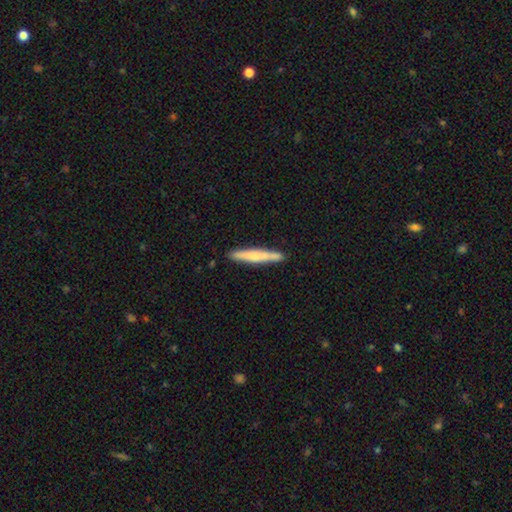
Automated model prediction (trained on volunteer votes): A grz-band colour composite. It shows a smooth galaxy with no disk features (61%) that is cigar-shaped (95%). Merging: none (86%).